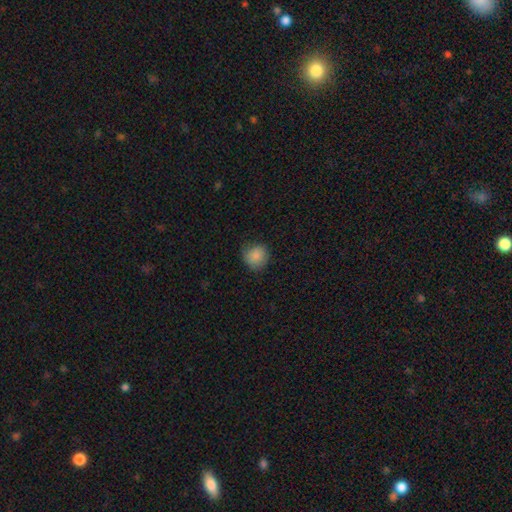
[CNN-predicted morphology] The model was most divided on "merging": none: 77%, minor disturbance: 18%, major disturbance: 4%, merger: 1%. More confident: how rounded — round (87%); smooth or featured — smooth (87%).